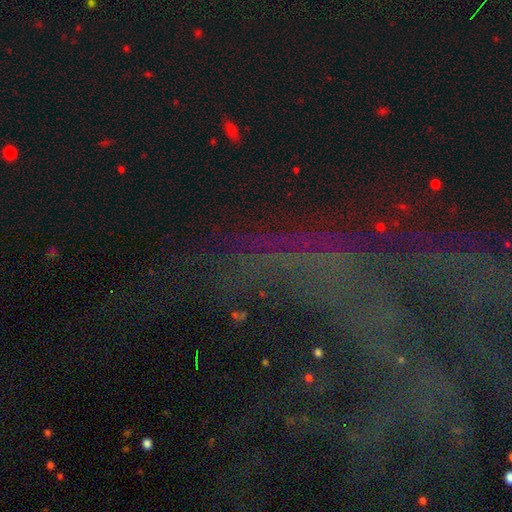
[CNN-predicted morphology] Smooth or featured? Predicted: star or artifact (p=0.56).